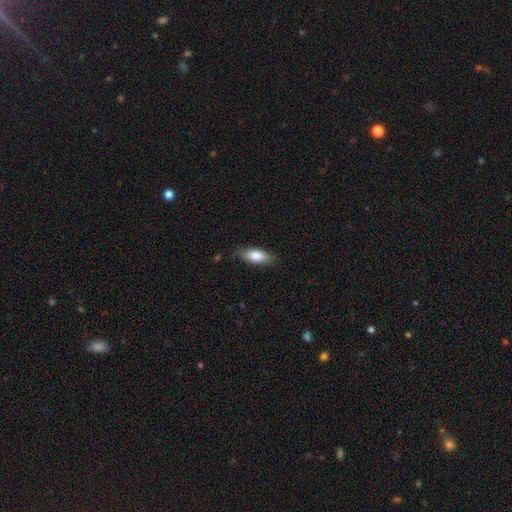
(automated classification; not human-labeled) This appears to be a smooth galaxy with no disk features (81%) that is in between round and cigar-shaped (75%). Merging: none (84%).